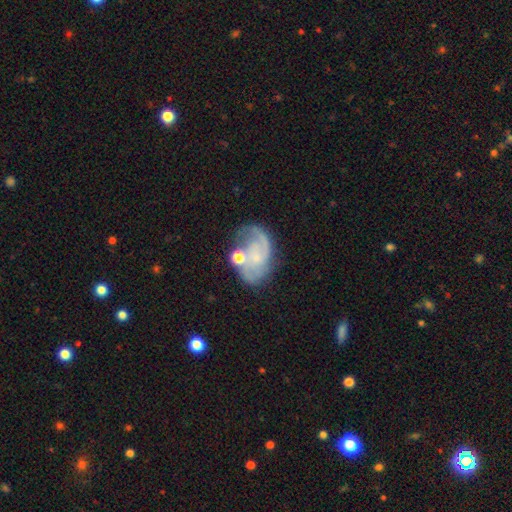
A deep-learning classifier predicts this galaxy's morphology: smooth_or_featured: featured or disk (p=0.76) [alt: smooth p=0.16]
disk_edge_on: no (p=0.97) [alt: yes p=0.03]
bar: no (p=0.64) [alt: weak p=0.31]
has_spiral_arms: yes (p=0.91) [alt: no p=0.09]
spiral_winding: medium (p=0.44) [alt: loose p=0.30]
spiral_arm_count: 2 (p=0.66) [alt: can't tell p=0.14]
bulge_size: small (p=0.51) [alt: none p=0.28]
merging: none (p=0.50) [alt: minor disturbance p=0.20]